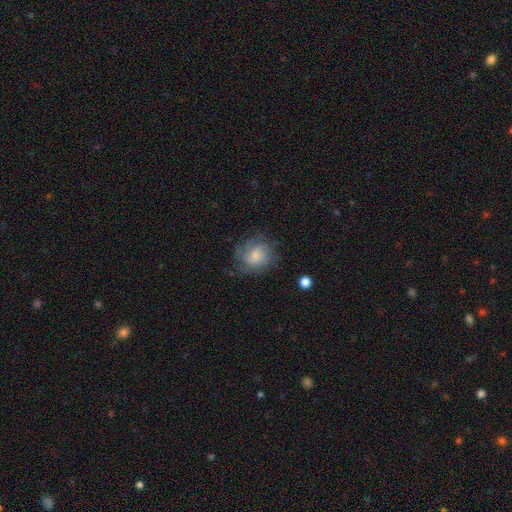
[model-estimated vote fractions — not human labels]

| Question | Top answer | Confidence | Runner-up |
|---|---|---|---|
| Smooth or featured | smooth | 51% | featured or disk (39%) |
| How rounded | round | 77% | in between (22%) |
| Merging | none | 67% | minor disturbance (20%) |